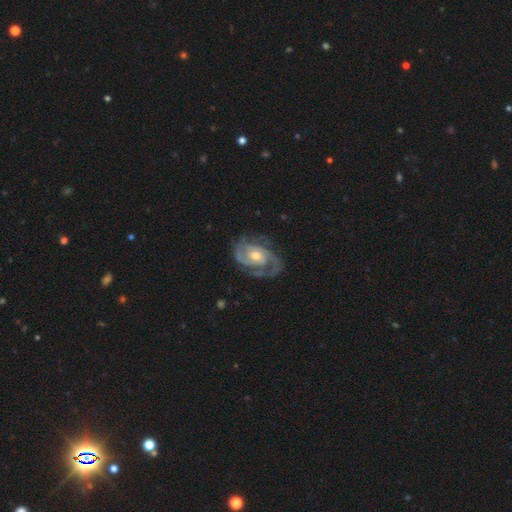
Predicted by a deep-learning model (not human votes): smooth-or-featured: featured or disk: 89% | smooth: 7% | star or artifact: 4%
  disk-edge-on: no: 97% | yes: 3%
    bar: no: 60% | weak: 32% | strong: 8%
    has-spiral-arms: yes: 97% | no: 3%
      spiral-winding: tight: 53% | medium: 39% | loose: 8%
      spiral-arm-count: 2: 67% | 3: 12% | can't tell: 10% | 1: 5% | 4: 3% | more than 4: 2%
    bulge-size: moderate: 67% | small: 23% | large: 7% | none: 1% | dominant: 1%
  merging: none: 70% | minor disturbance: 18% | major disturbance: 10% | merger: 1%